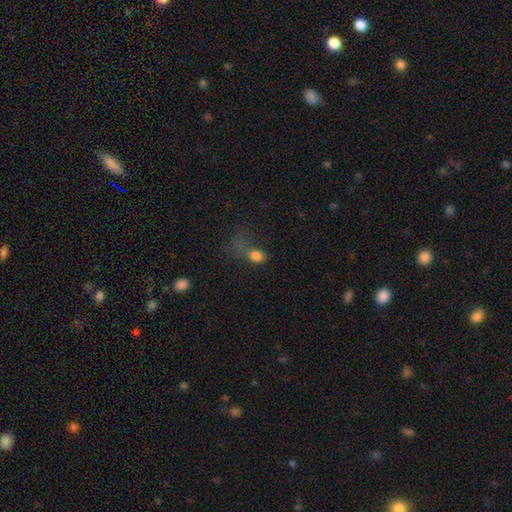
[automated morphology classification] smooth_or_featured: smooth (p=0.76) [alt: star or artifact p=0.15]
how_rounded: in between (p=0.65) [alt: round p=0.33]
merging: major disturbance (p=0.45) [alt: none p=0.25]